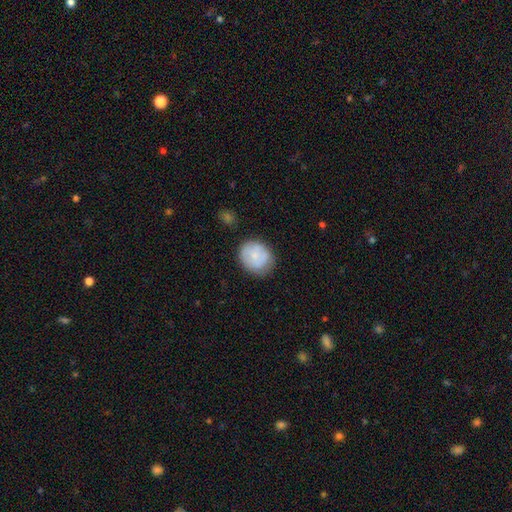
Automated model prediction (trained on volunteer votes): The model was most divided on "how rounded": round: 74%, in between: 25%, cigar-shaped: 1%. More confident: smooth or featured — smooth (74%); merging — none (72%).